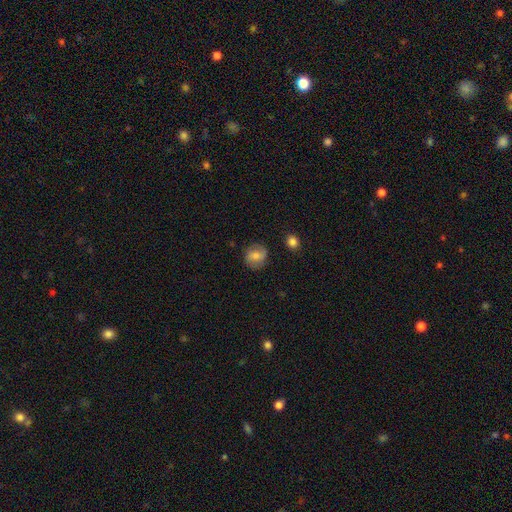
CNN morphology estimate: This appears to be a smooth galaxy with no disk features (72%) that is round (80%). Merging: none (81%).